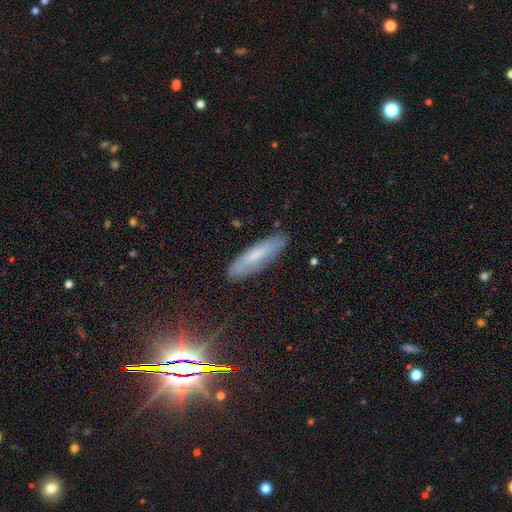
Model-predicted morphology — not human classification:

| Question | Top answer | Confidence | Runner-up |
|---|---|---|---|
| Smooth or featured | smooth | 53% | featured or disk (34%) |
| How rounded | cigar-shaped | 67% | in between (31%) |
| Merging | none | 83% | minor disturbance (13%) |